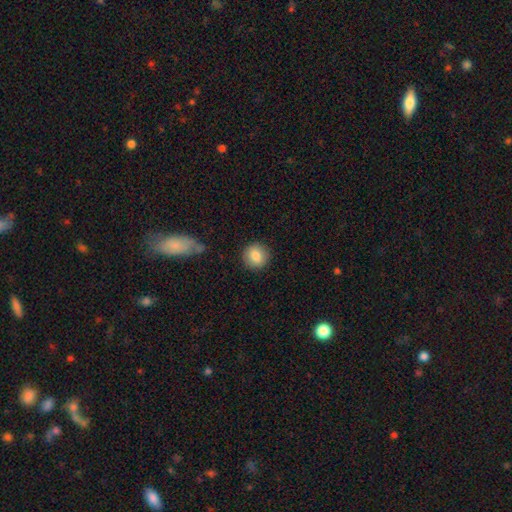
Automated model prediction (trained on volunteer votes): A smooth galaxy with no disk features (84%) that is round (92%). Merging: none (89%).